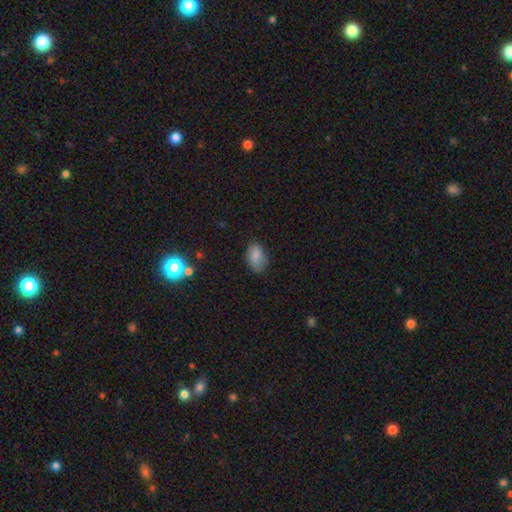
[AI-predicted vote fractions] Q: Smooth or featured?
A: smooth (82%); runner-up: star or artifact (9%)
Q: How rounded?
A: in between (89%); runner-up: round (9%)
Q: Merging?
A: none (72%); runner-up: minor disturbance (22%)